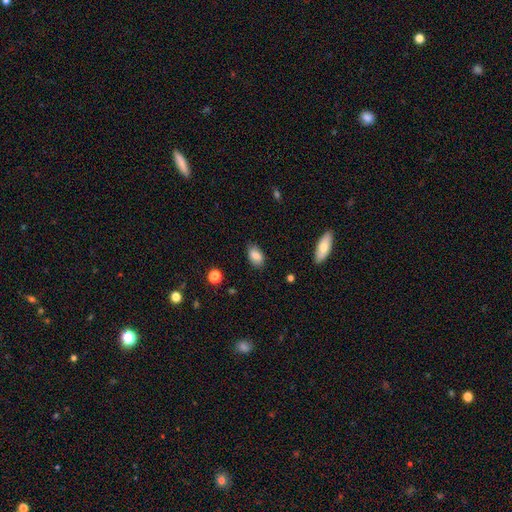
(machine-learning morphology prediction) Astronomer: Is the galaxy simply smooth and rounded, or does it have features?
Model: smooth — 82%.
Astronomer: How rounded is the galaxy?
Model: in between — 90%.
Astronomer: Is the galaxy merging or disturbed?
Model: none — 82%.